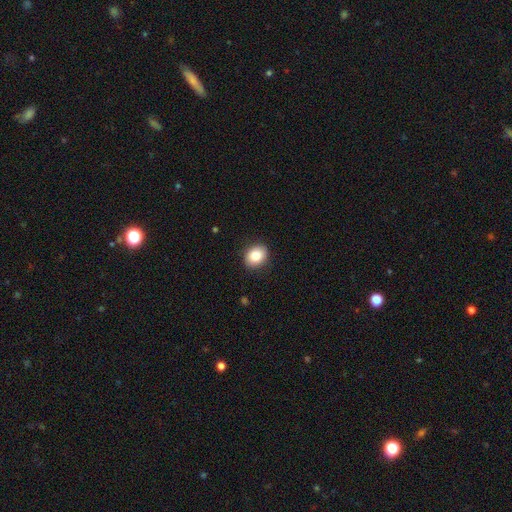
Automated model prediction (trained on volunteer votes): smooth-or-featured: smooth: 84% | star or artifact: 8% | featured or disk: 7%
  how-rounded: round: 52% | in between: 47% | cigar-shaped: 1%
  merging: none: 88% | minor disturbance: 9% | major disturbance: 2% | merger: 1%